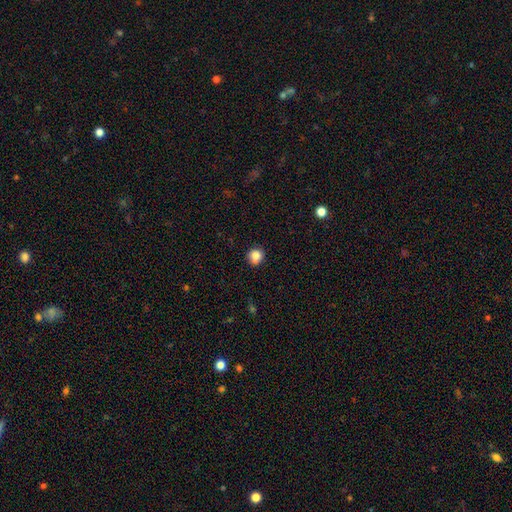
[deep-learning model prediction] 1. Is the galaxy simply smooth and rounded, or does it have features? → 85% smooth, 11% star or artifact, 5% featured or disk.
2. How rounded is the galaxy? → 85% round, 14% in between, 1% cigar-shaped.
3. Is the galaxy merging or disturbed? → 79% none, 16% minor disturbance, 3% major disturbance, 2% merger.